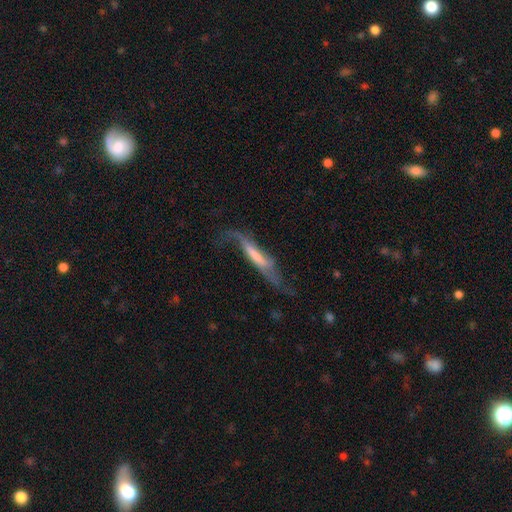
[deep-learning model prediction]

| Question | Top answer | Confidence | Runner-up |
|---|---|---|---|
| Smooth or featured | featured or disk | 67% | smooth (26%) |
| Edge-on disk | yes | 52% | no (48%) |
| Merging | none | 43% | major disturbance (28%) |